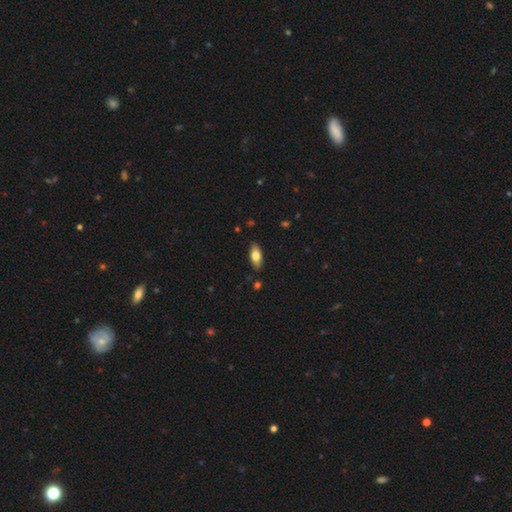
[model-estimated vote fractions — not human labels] A smooth galaxy with no disk features (75%) that is in between round and cigar-shaped (84%). Merging: none (87%).